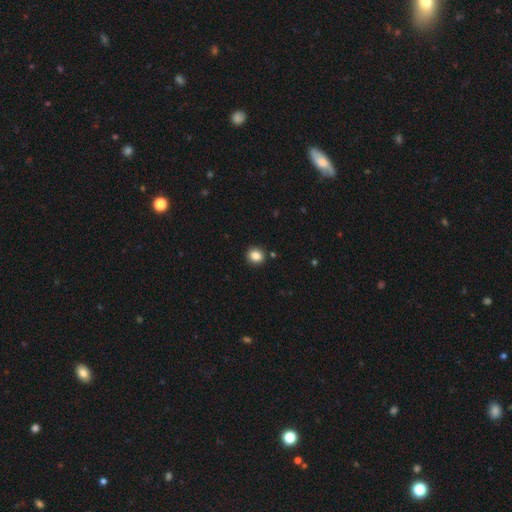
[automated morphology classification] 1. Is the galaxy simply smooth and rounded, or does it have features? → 86% smooth, 10% star or artifact, 5% featured or disk.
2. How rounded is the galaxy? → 74% round, 25% in between, 1% cigar-shaped.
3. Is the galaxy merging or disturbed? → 90% none, 7% minor disturbance, 2% major disturbance, 2% merger.